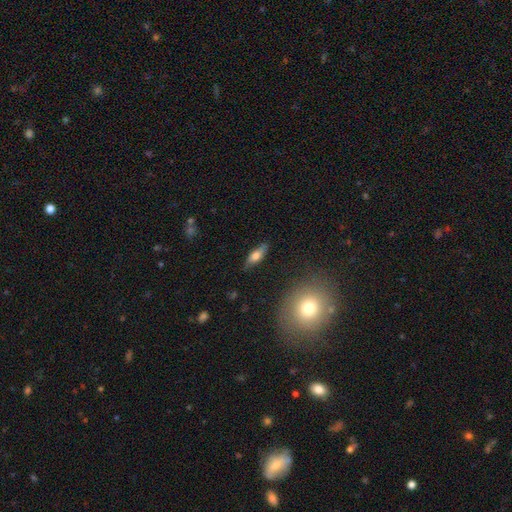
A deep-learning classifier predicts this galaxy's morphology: A smooth galaxy with no disk features (62%) that is in between round and cigar-shaped (58%).

Vote fractions:
- Smooth or featured? smooth: 62% / featured or disk: 30% / star or artifact: 7%
- How rounded? in between: 58% / cigar-shaped: 39% / round: 3%
- Merging? none: 81% / minor disturbance: 14% / major disturbance: 3% / merger: 2%